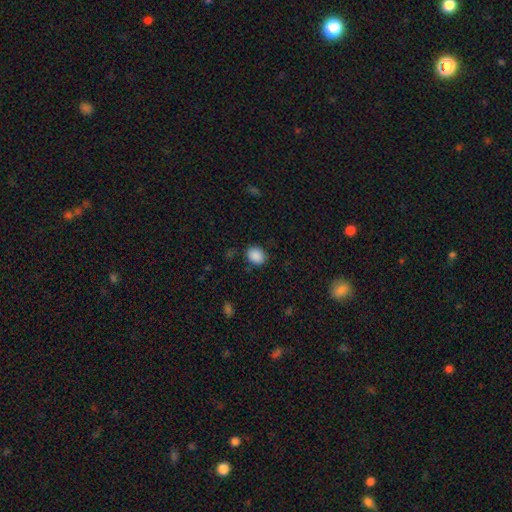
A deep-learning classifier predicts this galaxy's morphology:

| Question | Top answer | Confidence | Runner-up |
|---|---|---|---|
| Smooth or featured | smooth | 88% | star or artifact (9%) |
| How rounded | round | 52% | in between (48%) |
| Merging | none | 83% | minor disturbance (12%) |